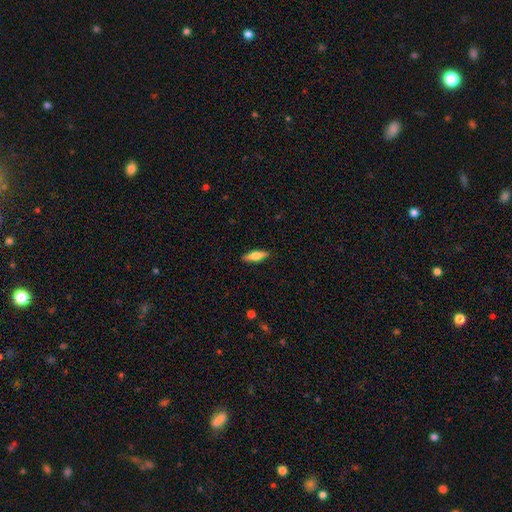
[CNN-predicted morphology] Smooth or featured: smooth — 56% (featured or disk — 38%)
How rounded: cigar-shaped — 56% (in between — 41%)
Merging: none — 89% (minor disturbance — 8%)